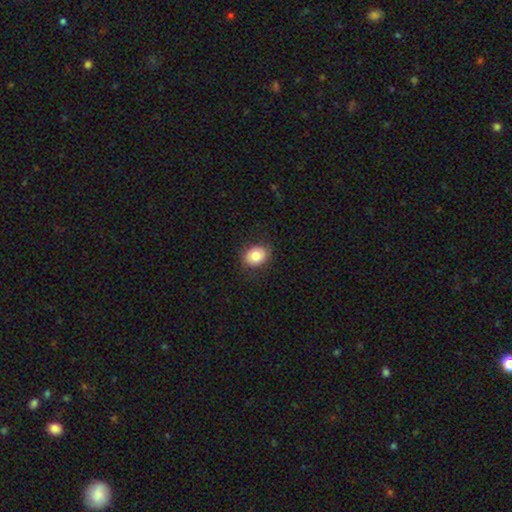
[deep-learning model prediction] Q: Smooth or featured?
A: smooth (82%); runner-up: featured or disk (9%)
Q: How rounded?
A: in between (57%); runner-up: round (42%)
Q: Merging?
A: none (87%); runner-up: minor disturbance (10%)